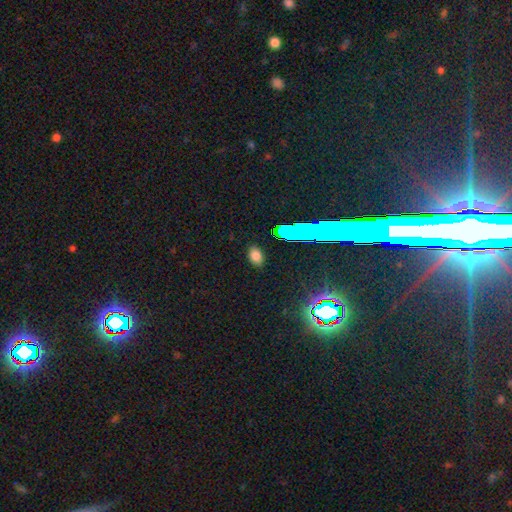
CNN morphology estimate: A smooth galaxy with no disk features (76%) that is in between round and cigar-shaped (87%). Merging: none (85%).